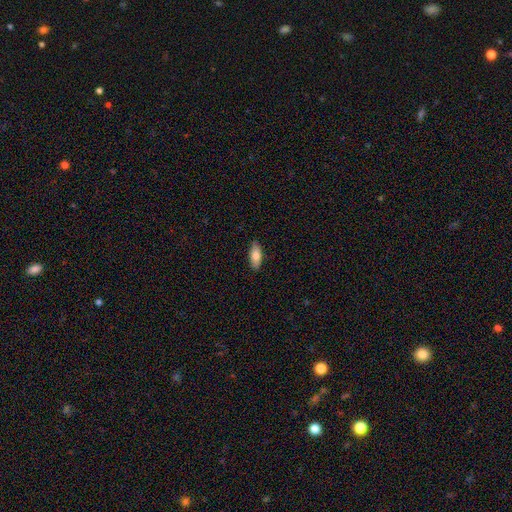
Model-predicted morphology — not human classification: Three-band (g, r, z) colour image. It shows a smooth galaxy with no disk features (78%) that is in between round and cigar-shaped (77%). Merging: none (87%).